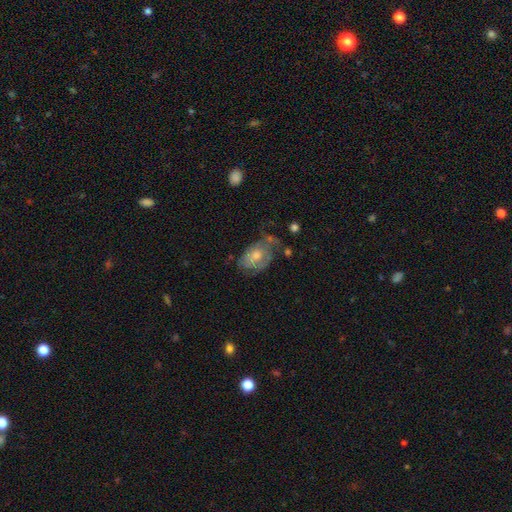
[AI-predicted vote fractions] featured or disk 53%, smooth 36%, star or artifact 10%. Down the decision tree: edge-on disk — no (94%); bar — no (81%); spiral arms — yes (58%); bulge size — moderate (61%); merging — none (42%).